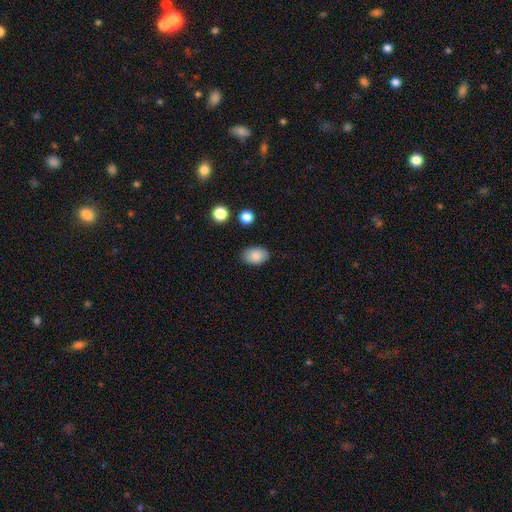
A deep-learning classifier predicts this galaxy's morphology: smooth_or_featured: smooth (p=0.85) [alt: featured or disk p=0.08]
how_rounded: in between (p=0.86) [alt: round p=0.13]
merging: none (p=0.85) [alt: minor disturbance p=0.11]